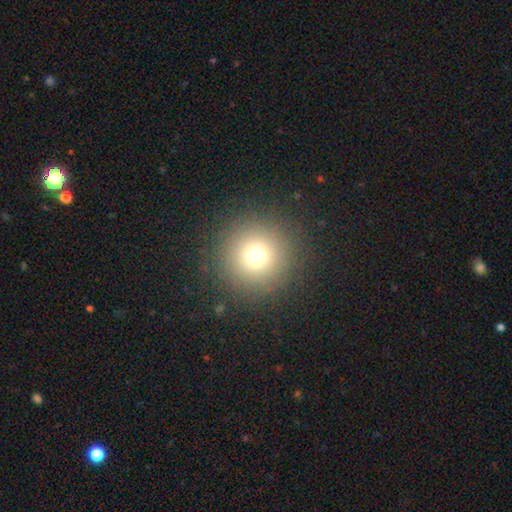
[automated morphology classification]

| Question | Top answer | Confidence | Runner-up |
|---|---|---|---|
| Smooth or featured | smooth | 69% | star or artifact (21%) |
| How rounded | round | 96% | in between (3%) |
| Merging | none | 89% | minor disturbance (6%) |